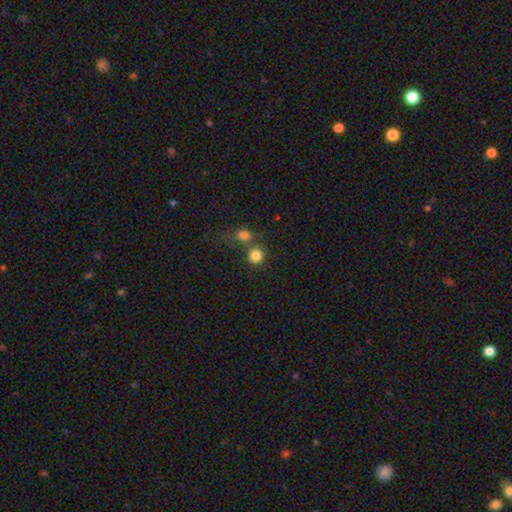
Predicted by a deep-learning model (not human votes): Overall: smooth (82%). How rounded: round (89%). Merging: none (60%; merger 29%).